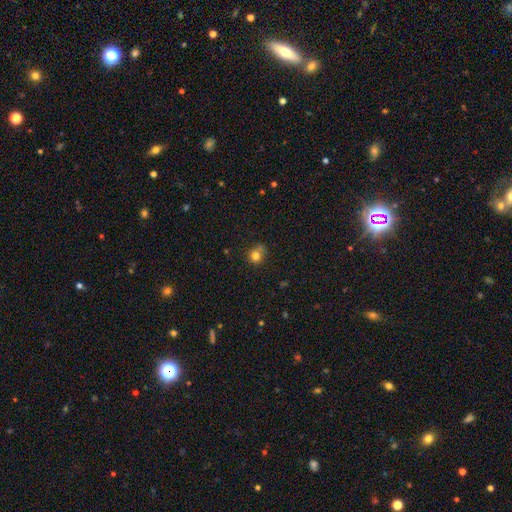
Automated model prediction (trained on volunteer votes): Smooth or featured: smooth — 79% (star or artifact — 13%)
How rounded: round — 78% (in between — 21%)
Merging: none — 58% (minor disturbance — 27%)